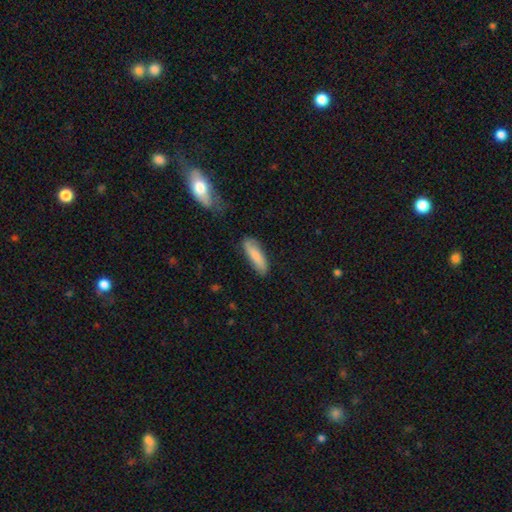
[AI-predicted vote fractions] Smooth or featured? Predicted: smooth (p=0.79). How rounded? Predicted: cigar-shaped (p=0.58). Merging? Predicted: none (p=0.79).